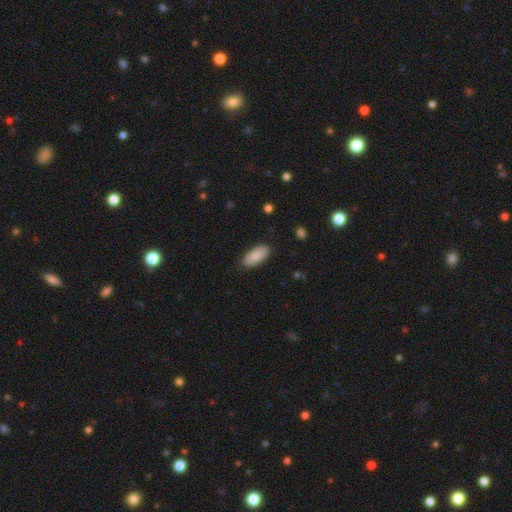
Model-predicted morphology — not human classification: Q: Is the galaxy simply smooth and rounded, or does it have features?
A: smooth — 89%.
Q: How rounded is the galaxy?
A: in between — 85%.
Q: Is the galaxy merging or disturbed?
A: none — 88%.